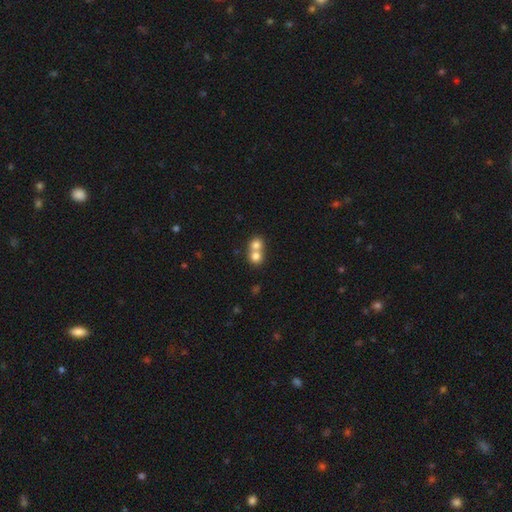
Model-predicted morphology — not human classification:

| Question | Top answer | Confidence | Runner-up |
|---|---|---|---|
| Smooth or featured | smooth | 76% | featured or disk (13%) |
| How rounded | round | 81% | in between (18%) |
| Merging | merger | 65% | none (29%) |